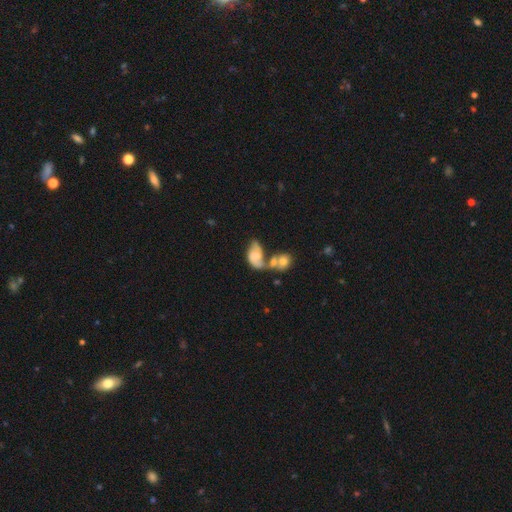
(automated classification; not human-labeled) featured or disk 58%, smooth 35%, star or artifact 7%. Down the decision tree: edge-on disk — no (96%); bar — no (68%); spiral arms — yes (71%); bulge size — moderate (68%); merging — merger (58%).